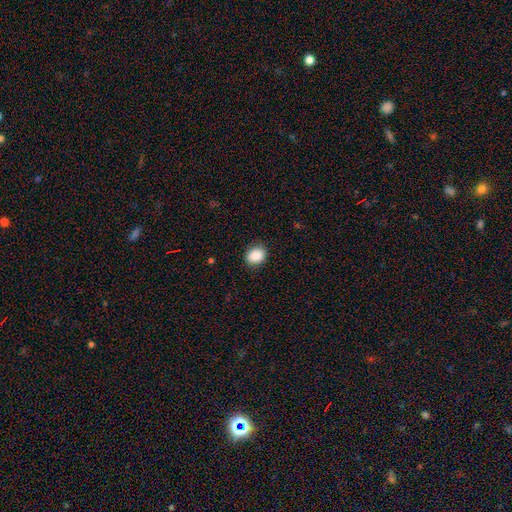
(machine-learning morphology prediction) The model was most divided on "how rounded": round: 54%, in between: 46%, cigar-shaped: 1%. More confident: smooth or featured — smooth (87%); merging — none (86%).